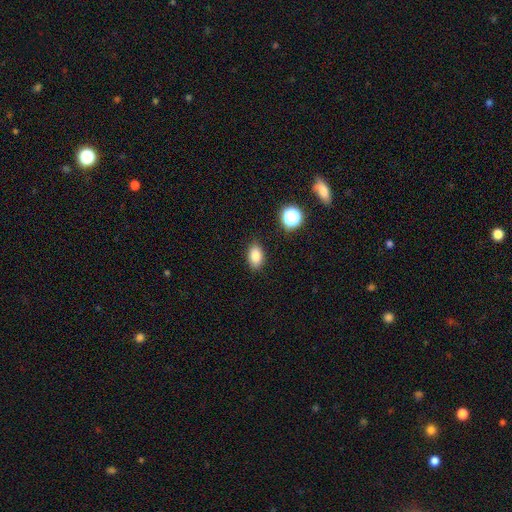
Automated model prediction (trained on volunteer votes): Smooth or featured? Predicted: smooth (p=0.84). How rounded? Predicted: in between (p=0.88). Merging? Predicted: none (p=0.86).